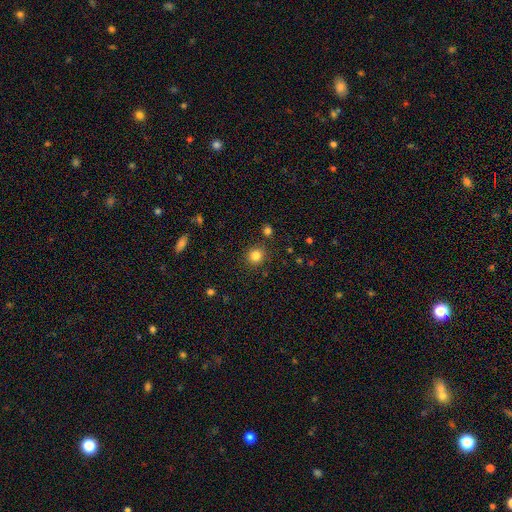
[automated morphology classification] Overall: smooth (82%). How rounded: round (87%). Merging: none (86%).